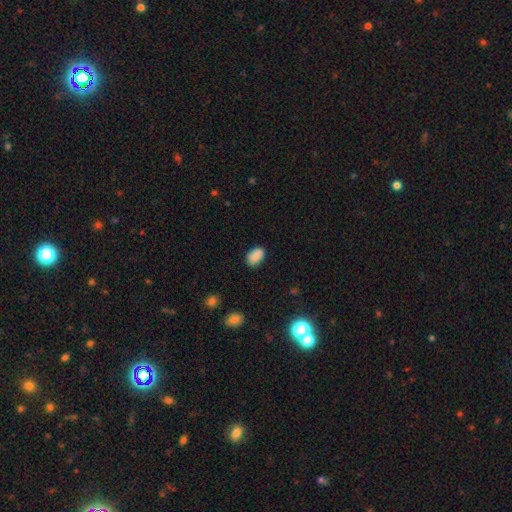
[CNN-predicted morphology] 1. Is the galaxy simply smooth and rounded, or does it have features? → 87% smooth, 9% star or artifact, 5% featured or disk.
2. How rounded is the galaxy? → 87% in between, 12% round, 1% cigar-shaped.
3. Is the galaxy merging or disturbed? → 80% none, 15% minor disturbance, 3% major disturbance, 1% merger.